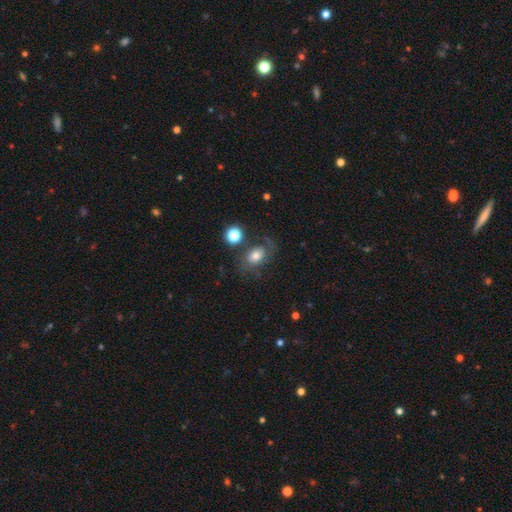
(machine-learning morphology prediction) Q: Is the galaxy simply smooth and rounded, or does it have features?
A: smooth — 50%.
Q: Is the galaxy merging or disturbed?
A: none — 50%.